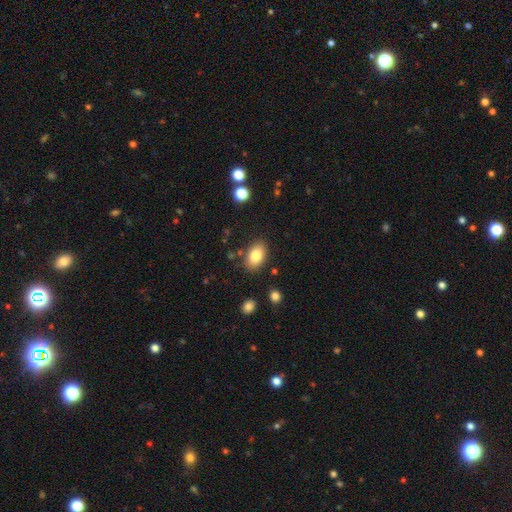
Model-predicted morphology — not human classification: A smooth galaxy with no disk features (82%) that is in between round and cigar-shaped (89%). Merging: none (83%).